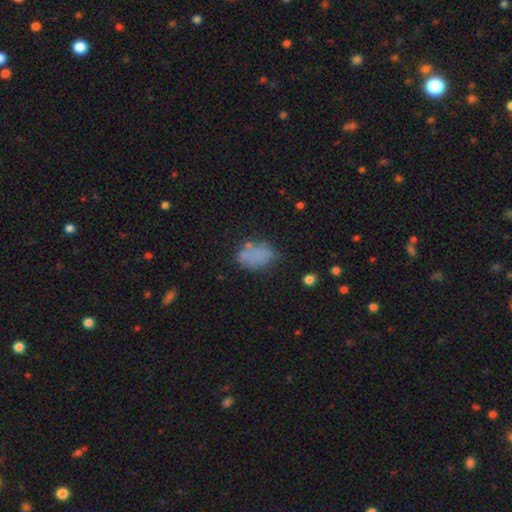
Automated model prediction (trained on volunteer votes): The model was most divided on "merging": none: 57%, minor disturbance: 23%, major disturbance: 12%, merger: 8%. More confident: how rounded — in between (85%); smooth or featured — smooth (73%).